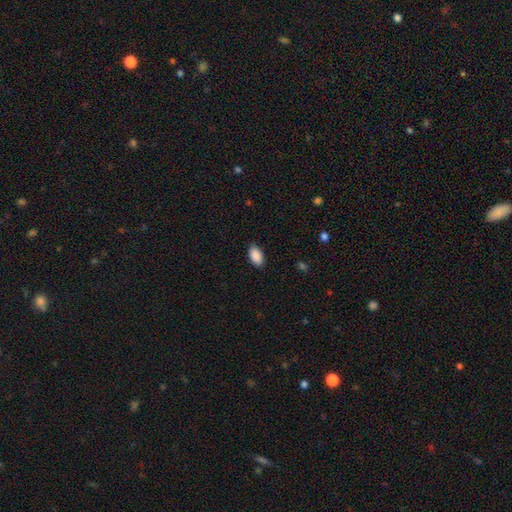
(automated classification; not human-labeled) Smooth or featured: smooth — 90% (star or artifact — 7%)
How rounded: in between — 94% (round — 4%)
Merging: none — 84% (minor disturbance — 12%)